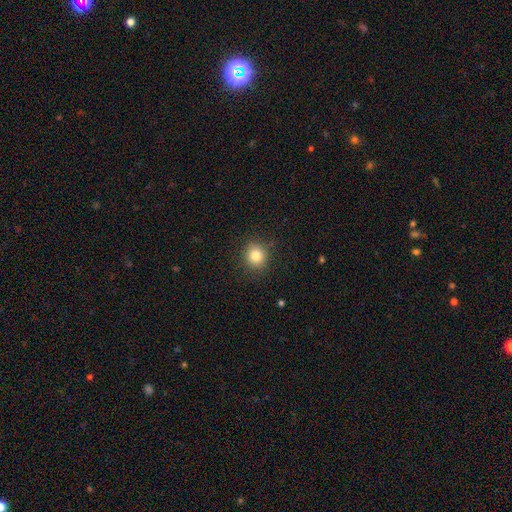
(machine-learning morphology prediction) smooth 82%, star or artifact 11%, featured or disk 6%. Down the decision tree: how rounded — round (86%); merging — none (88%).